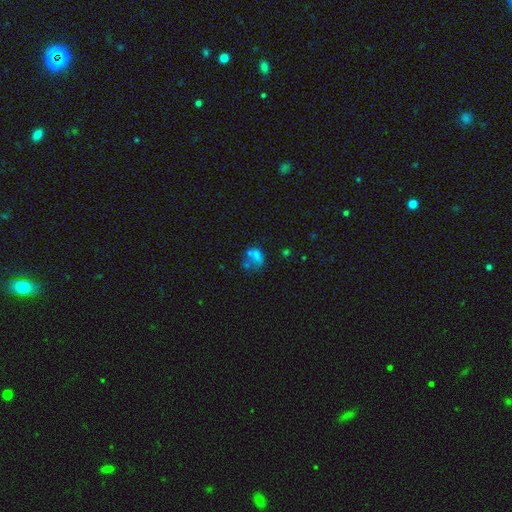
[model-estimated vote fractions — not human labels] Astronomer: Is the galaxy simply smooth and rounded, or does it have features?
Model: smooth — 60%.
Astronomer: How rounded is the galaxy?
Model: in between — 65%.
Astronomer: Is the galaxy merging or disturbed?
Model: merger — 35% (runner-up: none, 28%).